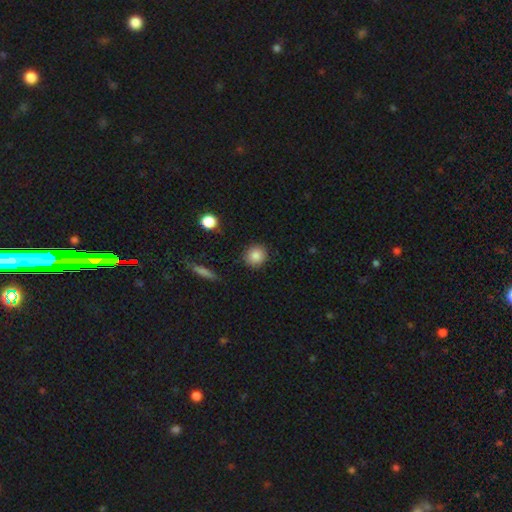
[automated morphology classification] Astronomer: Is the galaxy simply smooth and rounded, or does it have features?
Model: smooth — 87%.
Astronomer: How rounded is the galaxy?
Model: round — 85%.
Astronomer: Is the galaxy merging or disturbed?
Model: none — 88%.